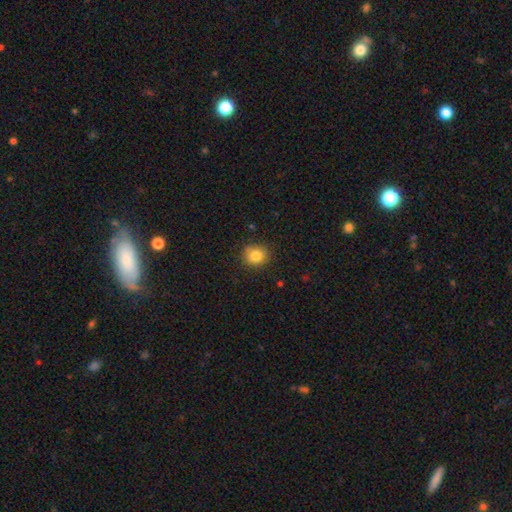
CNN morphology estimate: The model was most divided on "how rounded": round: 79%, in between: 20%, cigar-shaped: 1%. More confident: merging — none (85%); smooth or featured — smooth (84%).